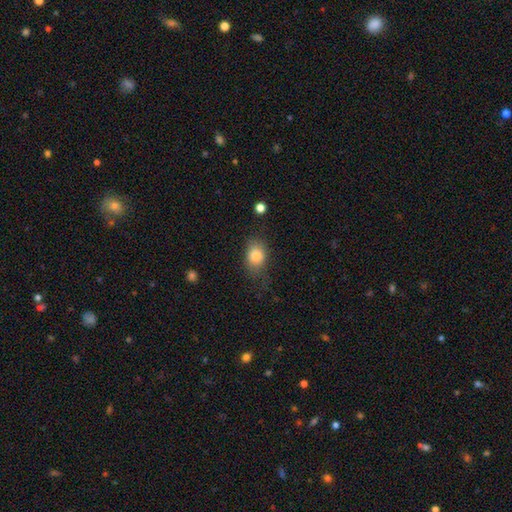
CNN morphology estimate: smooth_or_featured: smooth (p=0.82) [alt: star or artifact p=0.09]
how_rounded: in between (p=0.66) [alt: round p=0.32]
merging: none (p=0.64) [alt: minor disturbance p=0.24]